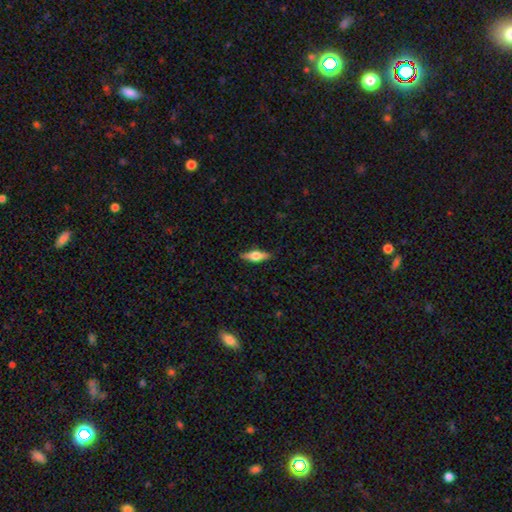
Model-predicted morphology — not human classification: Overall: featured or disk (50%; smooth 44%). Merging: none (88%).